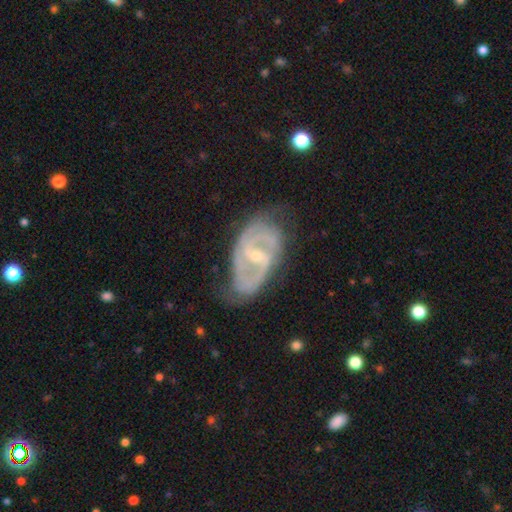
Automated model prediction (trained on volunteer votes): Smooth or featured? featured or disk (87%)
Edge-on disk? no (96%)
Bar? weak (50%)
Spiral arms? yes (94%)
Spiral winding? medium (50%)
Spiral arm count? 2 (72%)
Bulge size? small (68%)
Merging? none (61%)